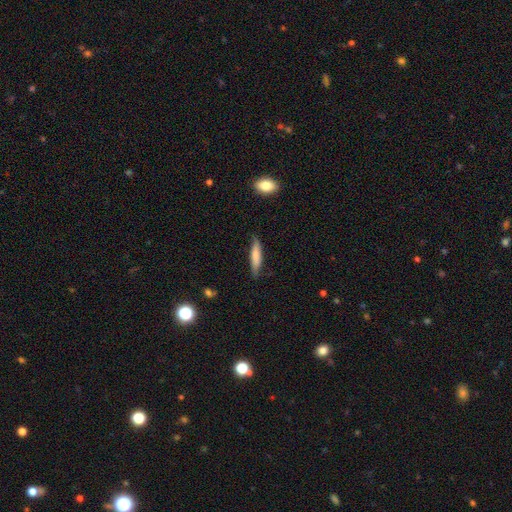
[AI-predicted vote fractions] Smooth or featured? Predicted: smooth (p=0.71). How rounded? Predicted: cigar-shaped (p=0.81). Merging? Predicted: none (p=0.76).